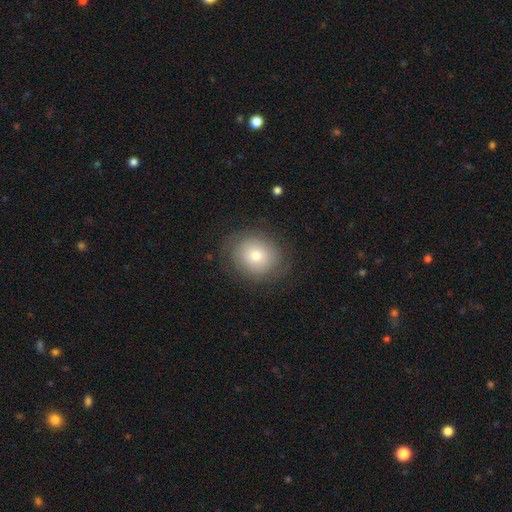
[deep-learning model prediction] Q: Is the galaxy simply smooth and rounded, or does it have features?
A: smooth — 67%.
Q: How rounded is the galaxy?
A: round — 69%.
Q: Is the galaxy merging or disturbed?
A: none — 80%.